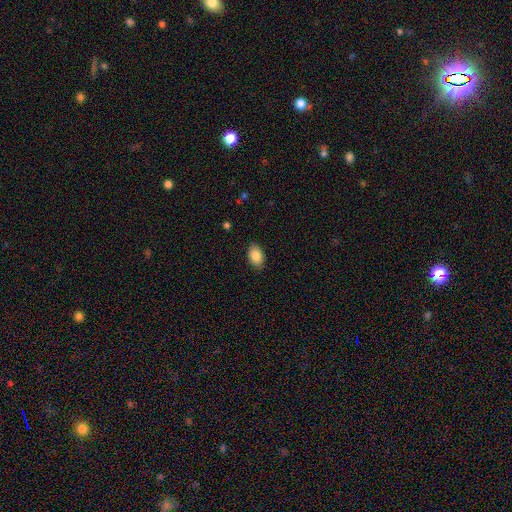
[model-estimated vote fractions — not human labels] smooth-or-featured: smooth: 84% | featured or disk: 8% | star or artifact: 7%
  how-rounded: in between: 87% | round: 12% | cigar-shaped: 1%
  merging: none: 87% | minor disturbance: 10% | major disturbance: 2% | merger: 1%